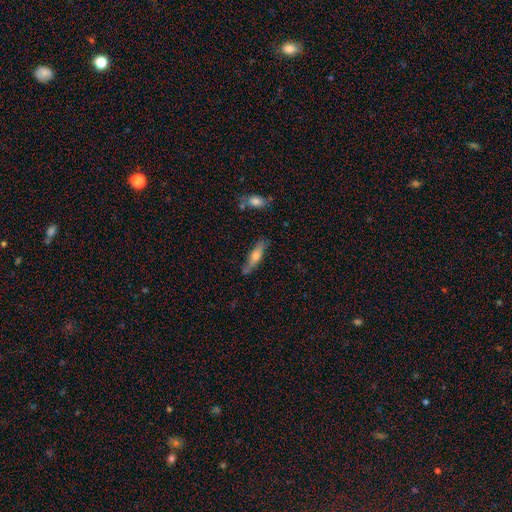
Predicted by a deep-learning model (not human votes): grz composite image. It shows a smooth galaxy with no disk features (51%) that is cigar-shaped (75%). Merging: none (77%).